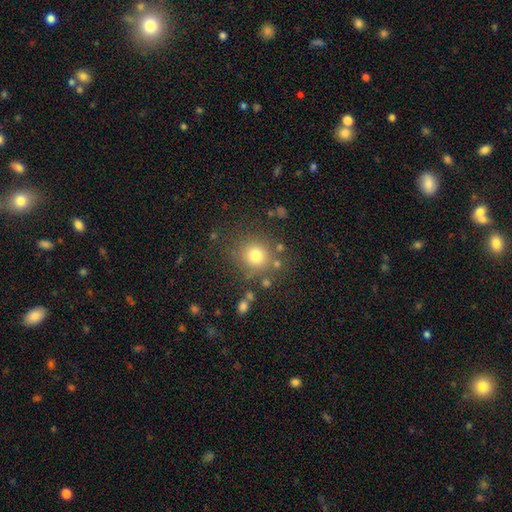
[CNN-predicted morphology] smooth 75%, star or artifact 16%, featured or disk 10%. Down the decision tree: how rounded — round (87%); merging — none (79%).